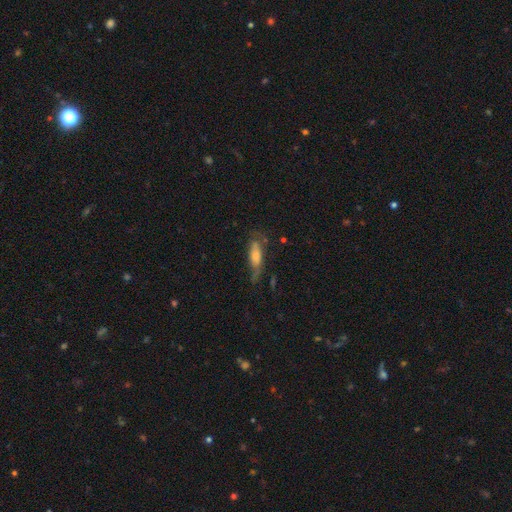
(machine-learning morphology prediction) Overall: smooth (64%; featured or disk 28%). How rounded: in between (53%; cigar-shaped 44%). Merging: none (47%; minor disturbance 30%).